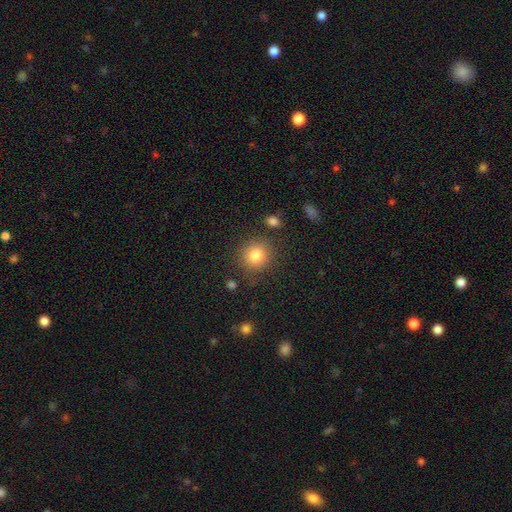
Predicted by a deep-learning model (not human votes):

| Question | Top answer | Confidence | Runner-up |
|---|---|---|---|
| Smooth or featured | smooth | 82% | star or artifact (11%) |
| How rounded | round | 88% | in between (11%) |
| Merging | none | 84% | minor disturbance (10%) |